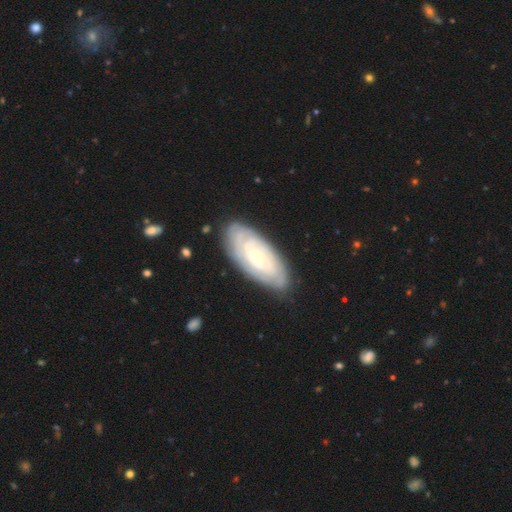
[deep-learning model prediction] Morphology: type=featured or disk (73%); edge-on=no (92%); bar=no (73%); spiral arms=yes (91%); winding=tight (81%); arm count=can't tell (57%); bulge=small (76%); merging=none (81%).